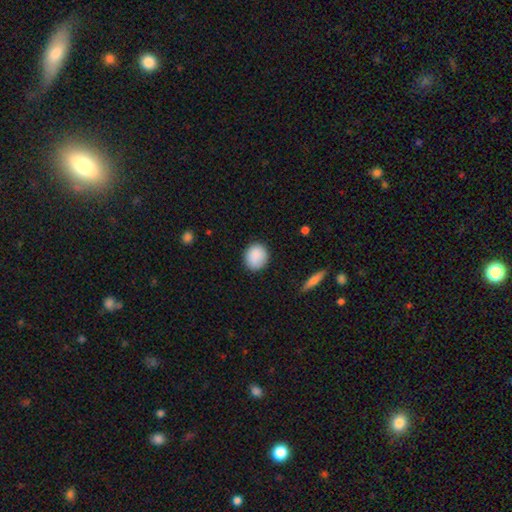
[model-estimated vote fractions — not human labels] Smooth or featured? smooth (89%)
How rounded? round (75%)
Merging? none (86%)